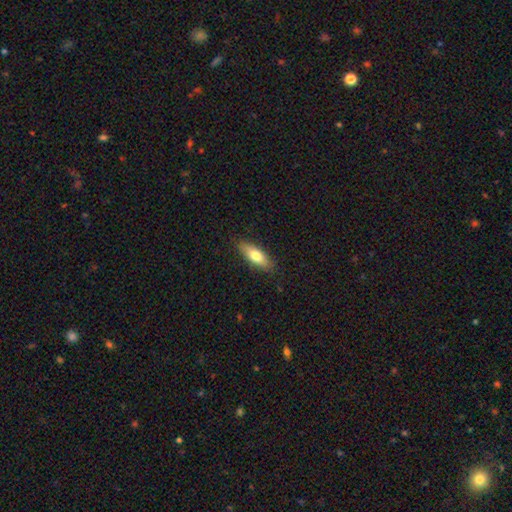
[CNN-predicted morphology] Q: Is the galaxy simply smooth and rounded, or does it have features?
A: smooth — 72%.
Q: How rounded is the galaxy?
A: in between — 65%.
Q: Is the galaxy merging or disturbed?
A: none — 86%.